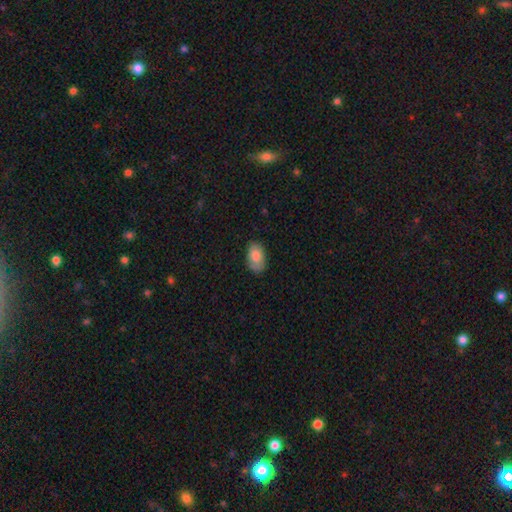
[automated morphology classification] smooth-or-featured: smooth: 81% | featured or disk: 12% | star or artifact: 7%
  how-rounded: in between: 91% | round: 7% | cigar-shaped: 1%
  merging: none: 71% | minor disturbance: 23% | major disturbance: 5% | merger: 1%